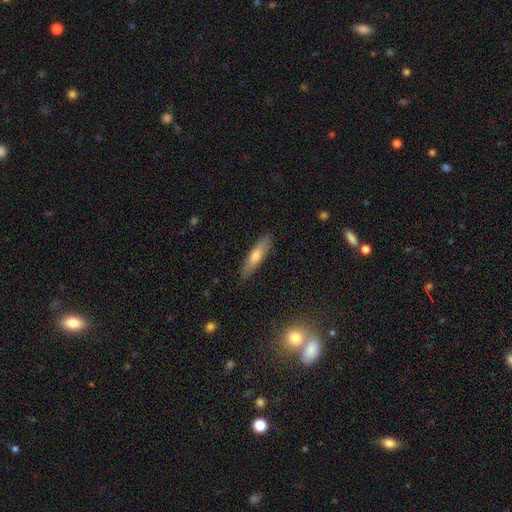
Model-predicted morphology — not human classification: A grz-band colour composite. It shows a smooth galaxy with no disk features (64%) that is cigar-shaped (77%). Merging: none (87%).